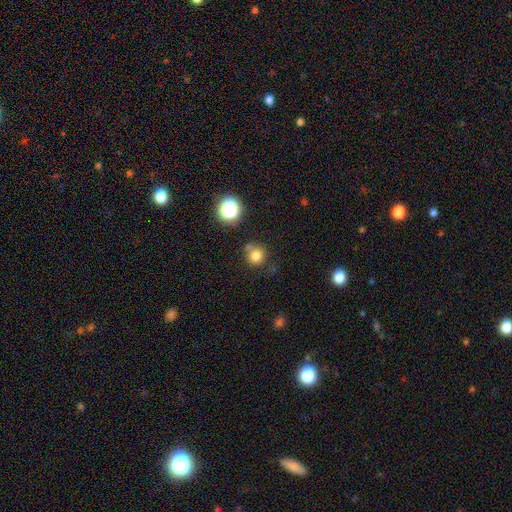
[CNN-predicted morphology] Smooth or featured: smooth — 78% (star or artifact — 15%)
How rounded: round — 90% (in between — 9%)
Merging: none — 65% (merger — 15%)